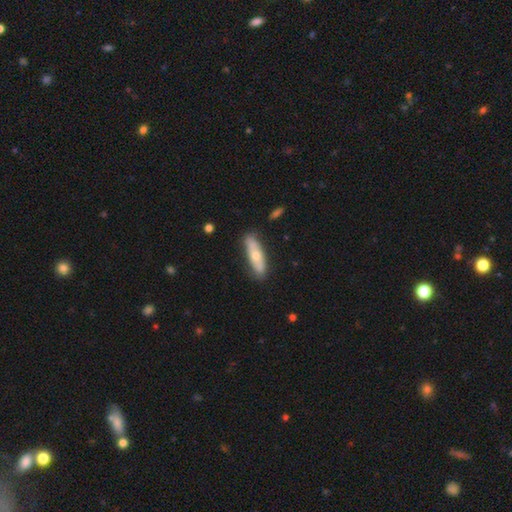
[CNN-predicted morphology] A smooth galaxy with no disk features (57%) that is cigar-shaped (60%). Merging: none (80%).